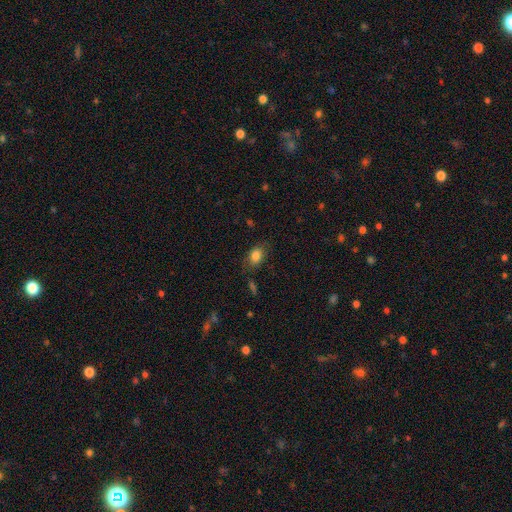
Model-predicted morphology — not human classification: This appears to be a smooth galaxy with no disk features (81%) that is in between round and cigar-shaped (80%). Merging: none (72%).